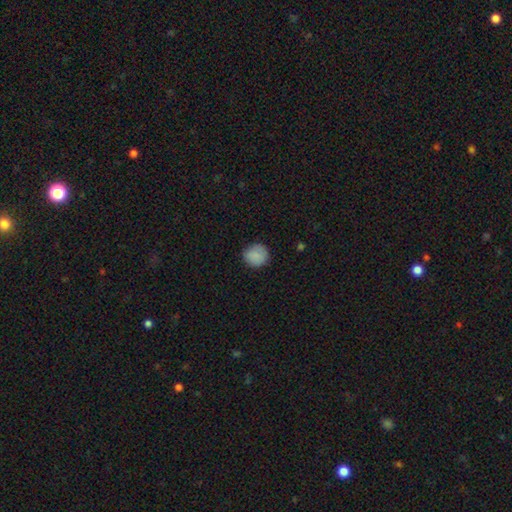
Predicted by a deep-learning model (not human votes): A smooth galaxy with no disk features (87%) that is round (89%).

Vote fractions:
- Smooth or featured? smooth: 87% / star or artifact: 8% / featured or disk: 5%
- How rounded? round: 89% / in between: 10% / cigar-shaped: 1%
- Merging? none: 83% / minor disturbance: 13% / major disturbance: 3% / merger: 1%